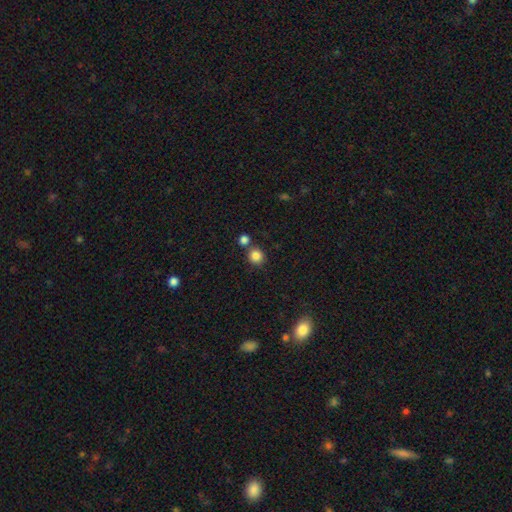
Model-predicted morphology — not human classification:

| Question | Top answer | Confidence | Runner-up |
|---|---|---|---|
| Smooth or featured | smooth | 84% | star or artifact (11%) |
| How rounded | round | 88% | in between (11%) |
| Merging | none | 71% | merger (18%) |